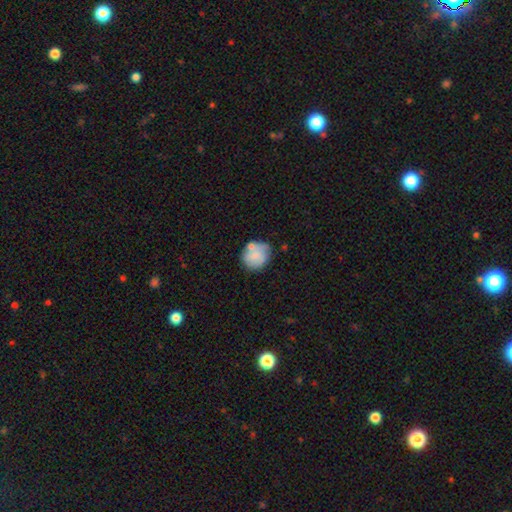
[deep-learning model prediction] Overall: smooth (72%). How rounded: round (73%). Merging: none (52%; minor disturbance 25%).